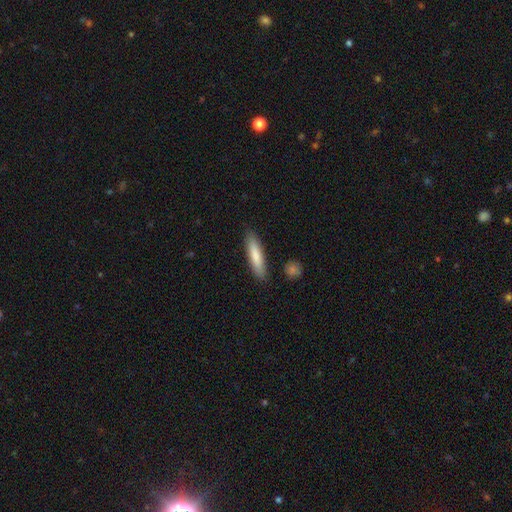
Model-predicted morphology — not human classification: smooth 79%, featured or disk 15%, star or artifact 6%. Down the decision tree: how rounded — cigar-shaped (80%); merging — none (87%).